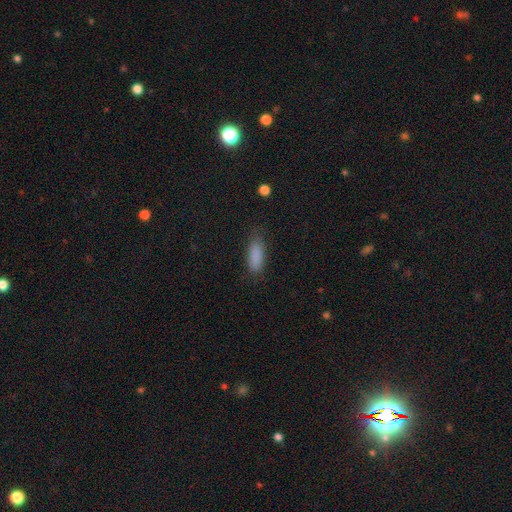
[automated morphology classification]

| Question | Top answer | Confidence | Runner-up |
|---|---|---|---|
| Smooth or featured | smooth | 87% | star or artifact (8%) |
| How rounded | in between | 67% | cigar-shaped (31%) |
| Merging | none | 77% | minor disturbance (17%) |